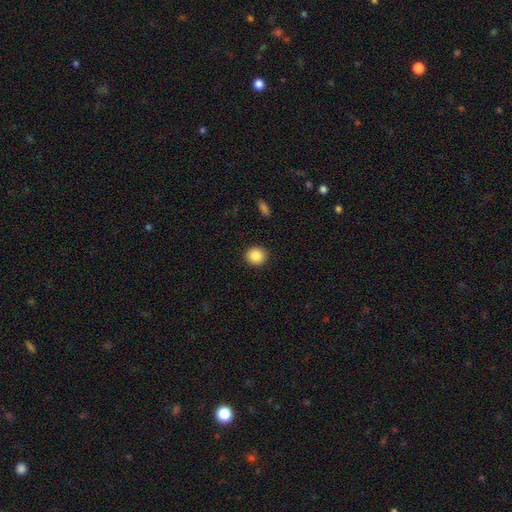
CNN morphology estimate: A smooth galaxy with no disk features (86%) that is round (84%). Merging: none (91%).